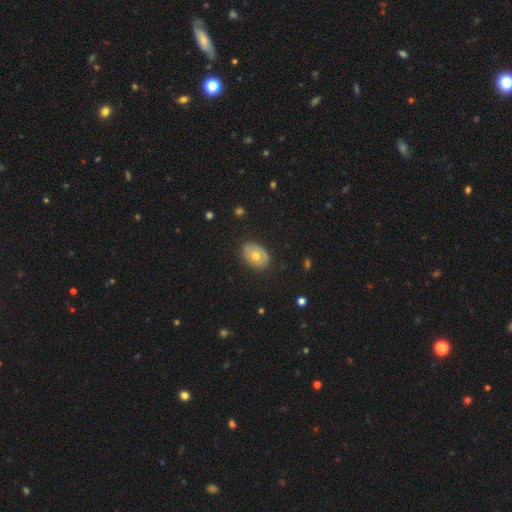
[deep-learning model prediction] smooth 57%, featured or disk 35%, star or artifact 8%. Down the decision tree: how rounded — in between (69%); merging — none (81%).